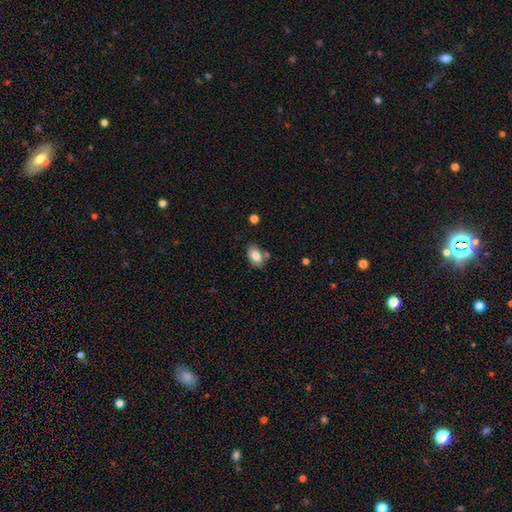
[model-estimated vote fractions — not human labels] smooth-or-featured: smooth: 81% | featured or disk: 12% | star or artifact: 8%
  how-rounded: in between: 89% | round: 9% | cigar-shaped: 2%
  merging: none: 69% | minor disturbance: 18% | merger: 10% | major disturbance: 4%